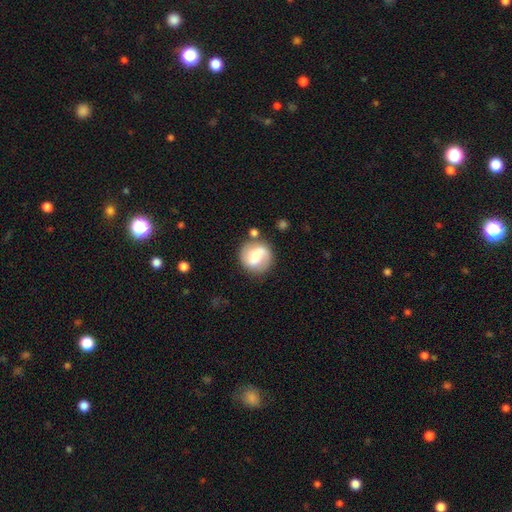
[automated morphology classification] The model was most divided on "bar": weak: 44%, no: 35%, strong: 21%. More confident: edge-on disk — no (97%); spiral arms — yes (84%); merging — none (76%); bulge size — moderate (57%); smooth or featured — featured or disk (55%).